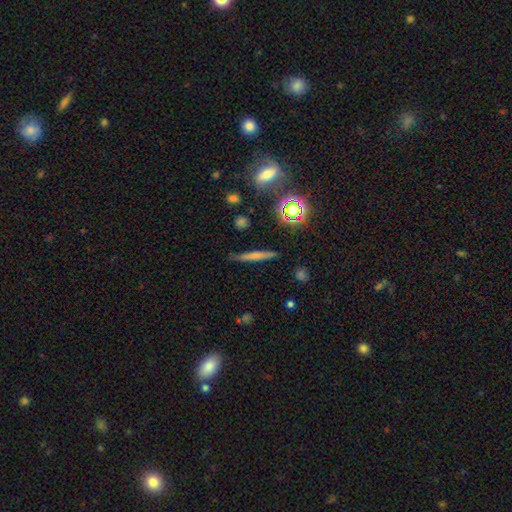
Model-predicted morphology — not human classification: type=smooth (54%); roundness=cigar-shaped (89%); merging=none (85%).